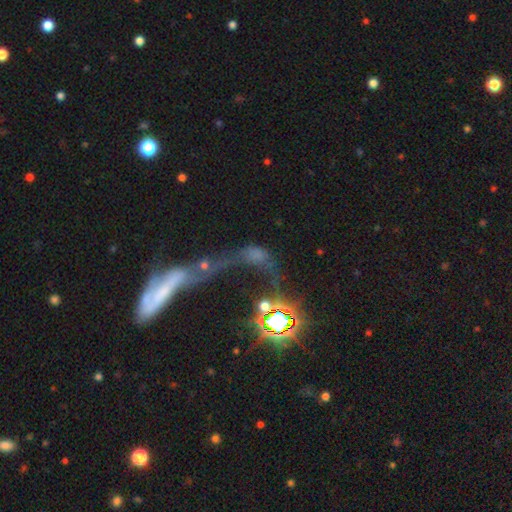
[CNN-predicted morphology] star or artifact 39%, smooth 33%, featured or disk 28%.